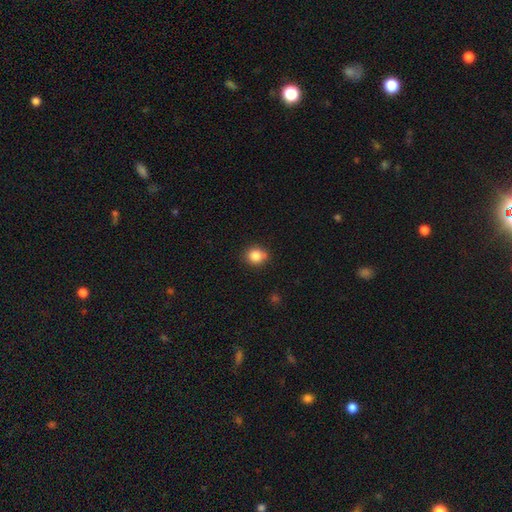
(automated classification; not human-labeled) A smooth galaxy with no disk features (84%) that is round (77%). Merging: none (76%).